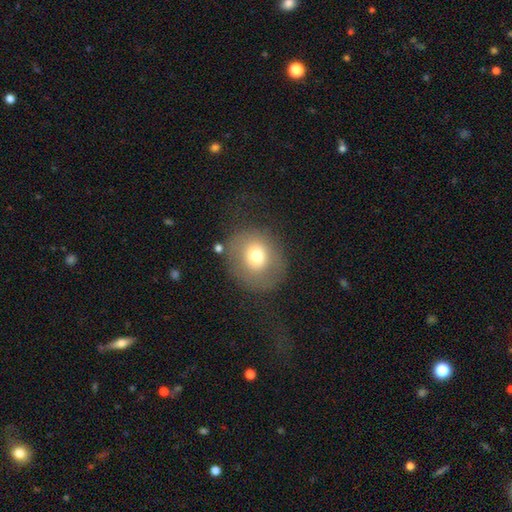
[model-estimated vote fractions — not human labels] smooth 68%, featured or disk 21%, star or artifact 11%. Down the decision tree: how rounded — round (73%); merging — none (64%).